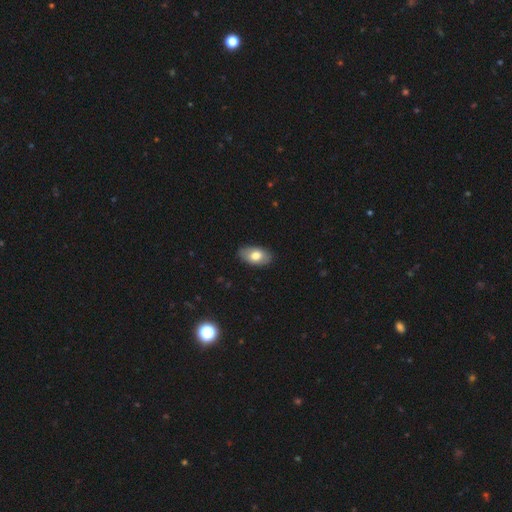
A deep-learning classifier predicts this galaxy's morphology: This appears to be a smooth galaxy with no disk features (76%) that is in between round and cigar-shaped (93%). Merging: none (86%).